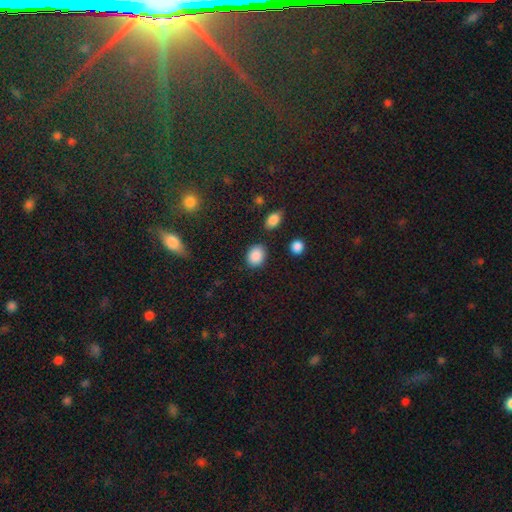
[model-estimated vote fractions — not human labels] Smooth or featured? Predicted: smooth (p=0.88). How rounded? Predicted: in between (p=0.53). Merging? Predicted: none (p=0.81).